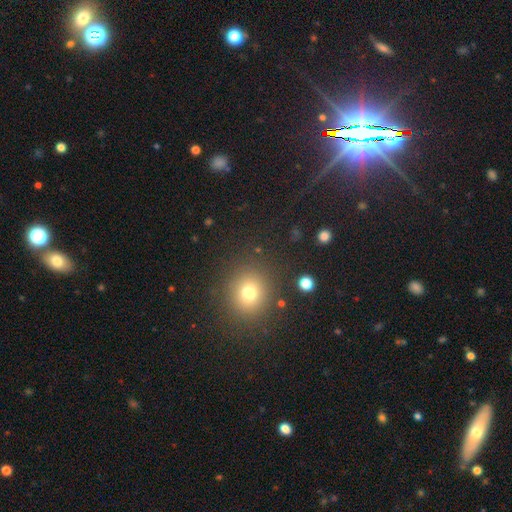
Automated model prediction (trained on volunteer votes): The model was most divided on "smooth or featured": smooth: 48%, star or artifact: 42%, featured or disk: 10%. More confident: merging — none (89%).